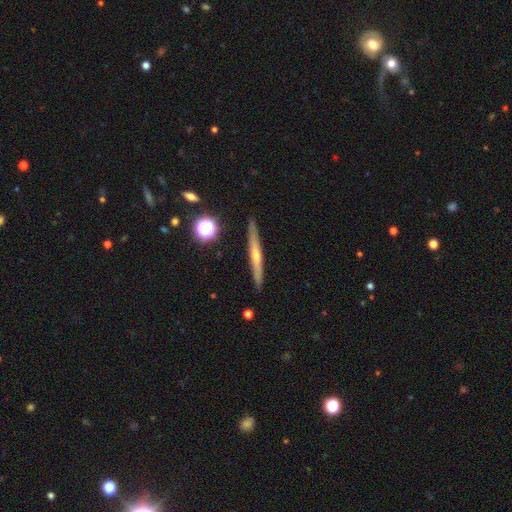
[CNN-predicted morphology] The model was most divided on "edge-on bulge": rounded: 61%, none: 36%, boxy: 4%. More confident: edge-on disk — yes (96%); merging — none (89%); smooth or featured — featured or disk (61%).